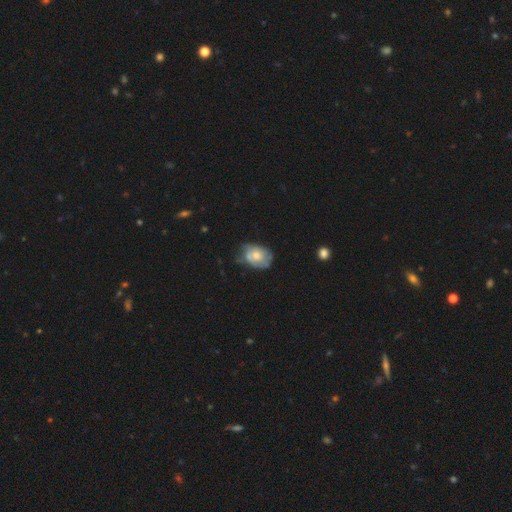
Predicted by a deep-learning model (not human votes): The model was most divided on "smooth or featured": smooth: 51%, featured or disk: 42%, star or artifact: 7%. Remaining: how rounded — in between (72%); merging — none (46%).